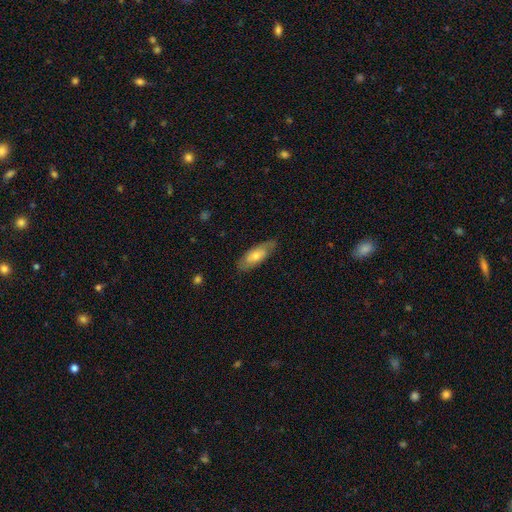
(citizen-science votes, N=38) Smooth or featured?
  - featured or disk: 53% *
  - smooth: 47%
  - star or artifact: 0%
Edge-on disk?
  - no: 85% *
  - yes: 15%
Bar?
  - no: 88% *
  - strong: 12%
  - weak: 0%
Spiral arms?
  - yes: 65% *
  - no: 35%
Spiral winding?
  - tight: 45% * (tied)
  - medium: 45% * (tied)
  - loose: 9%
Spiral arm count?
  - can't tell: 55% *
  - 2: 36%
  - 1: 9%
  - 3: 0%
  - 4: 0%
  - more than 4: 0%
Bulge size?
  - moderate: 65% *
  - small: 24%
  - large: 12%
  - dominant: 0%
  - none: 0%
Merging?
  - none: 89% *
  - minor disturbance: 8%
  - major disturbance: 3%
  - merger: 0%